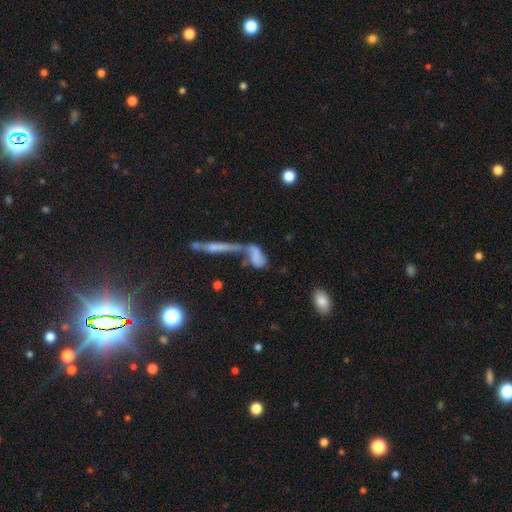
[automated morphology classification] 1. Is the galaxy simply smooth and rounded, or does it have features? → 61% smooth, 28% featured or disk, 11% star or artifact.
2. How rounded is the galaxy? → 63% in between, 30% cigar-shaped, 7% round.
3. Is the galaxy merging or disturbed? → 56% merger, 20% none, 13% major disturbance, 11% minor disturbance.